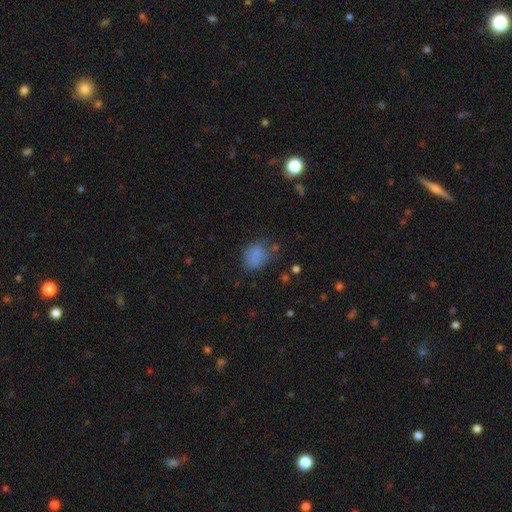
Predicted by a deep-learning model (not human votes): Smooth or featured? Predicted: smooth (p=0.78). How rounded? Predicted: in between (p=0.53). Merging? Predicted: none (p=0.63).